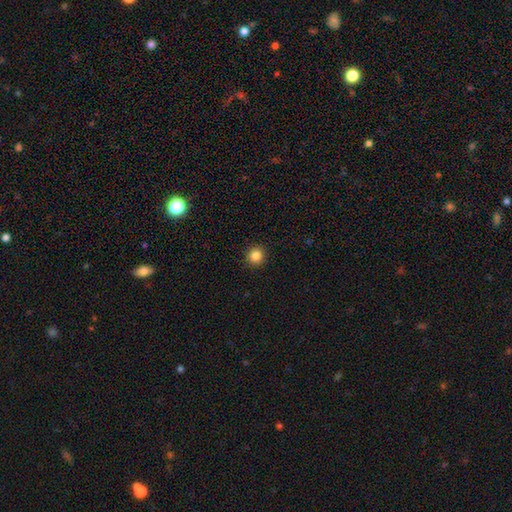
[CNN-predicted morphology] A smooth galaxy with no disk features (85%) that is round (92%). Merging: none (92%).